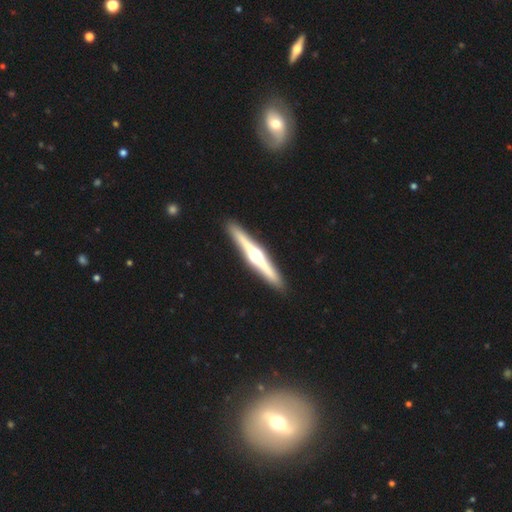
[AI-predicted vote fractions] Morphology: type=featured or disk (81%); edge-on=yes (98%); edge-on bulge=rounded (95%); merging=none (93%).